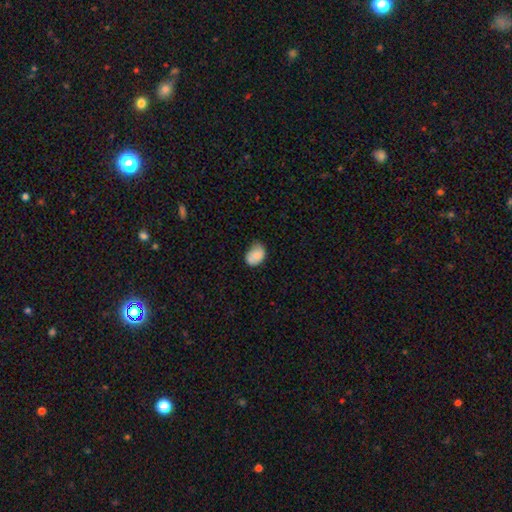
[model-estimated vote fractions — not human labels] This appears to be a smooth galaxy with no disk features (81%) that is in between round and cigar-shaped (73%). Merging: none (57%).